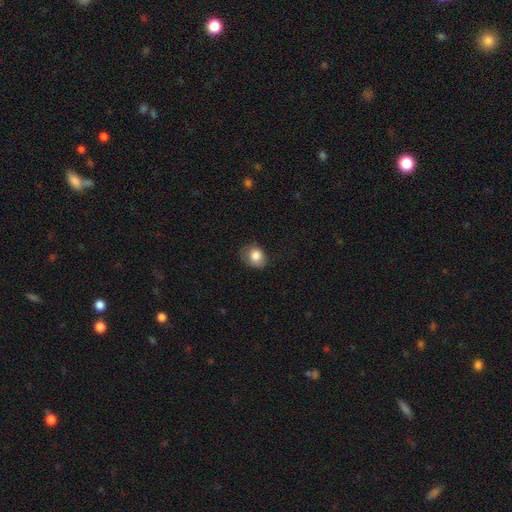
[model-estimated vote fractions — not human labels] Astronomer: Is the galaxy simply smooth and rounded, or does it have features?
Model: smooth — 83%.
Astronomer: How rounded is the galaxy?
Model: round — 53% (runner-up: in between, 46%).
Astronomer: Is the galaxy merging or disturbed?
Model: none — 59%.